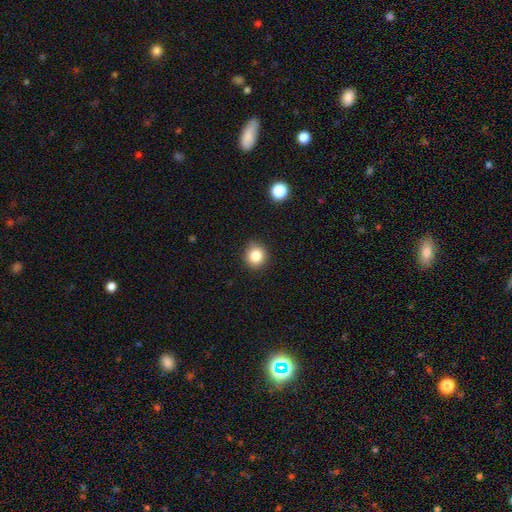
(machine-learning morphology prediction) Smooth or featured: smooth — 83% (star or artifact — 12%)
How rounded: round — 91% (in between — 8%)
Merging: none — 88% (minor disturbance — 9%)